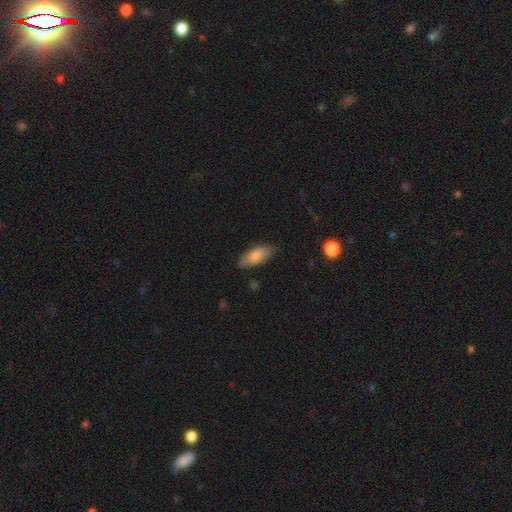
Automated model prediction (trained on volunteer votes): Morphology: type=smooth (82%); roundness=in between (81%); merging=none (79%).